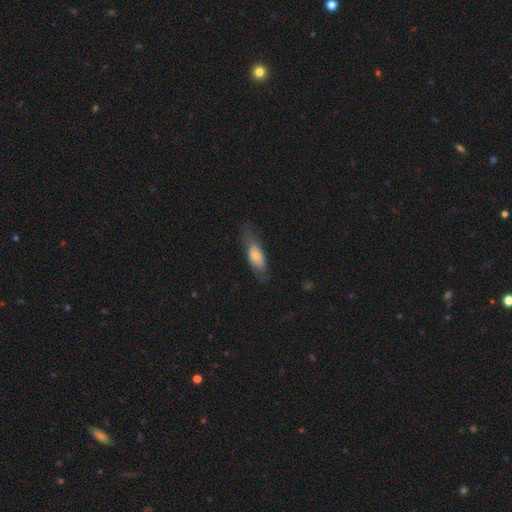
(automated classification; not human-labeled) Smooth or featured?
  - smooth: 68% *
  - featured or disk: 26%
  - star or artifact: 6%
How rounded?
  - in between: 69% *
  - cigar-shaped: 28%
  - round: 3%
Merging?
  - none: 58% *
  - minor disturbance: 27%
  - major disturbance: 14%
  - merger: 2%